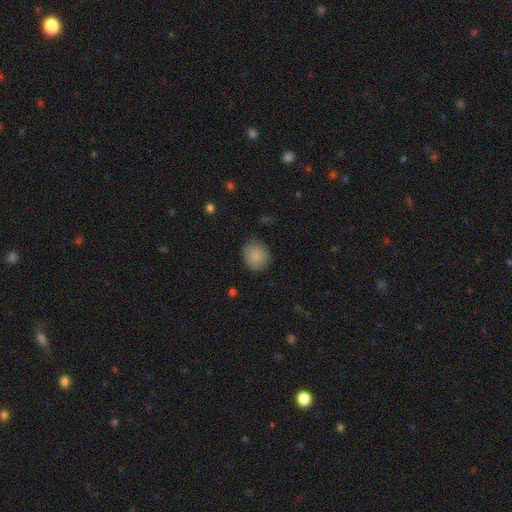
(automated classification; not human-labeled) Smooth or featured? smooth (87%)
How rounded? round (76%)
Merging? none (81%)